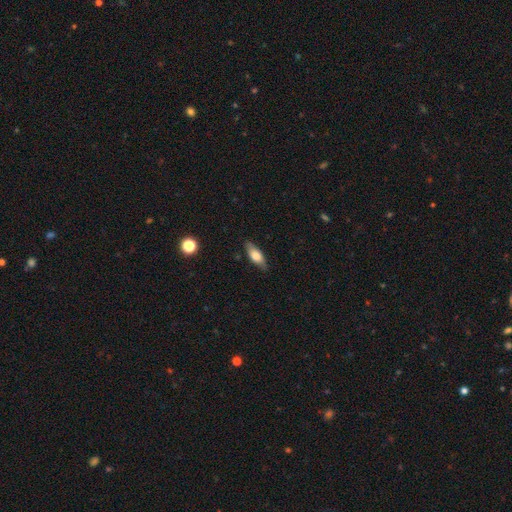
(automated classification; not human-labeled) This appears to be a smooth galaxy with no disk features (67%) that is in between round and cigar-shaped (67%). Merging: none (83%).